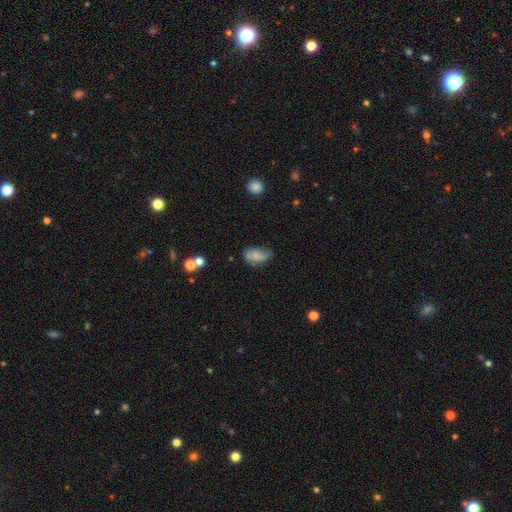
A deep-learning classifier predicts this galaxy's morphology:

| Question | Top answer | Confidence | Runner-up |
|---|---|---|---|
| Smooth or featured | smooth | 65% | featured or disk (25%) |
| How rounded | in between | 90% | round (7%) |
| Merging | none | 45% | minor disturbance (37%) |